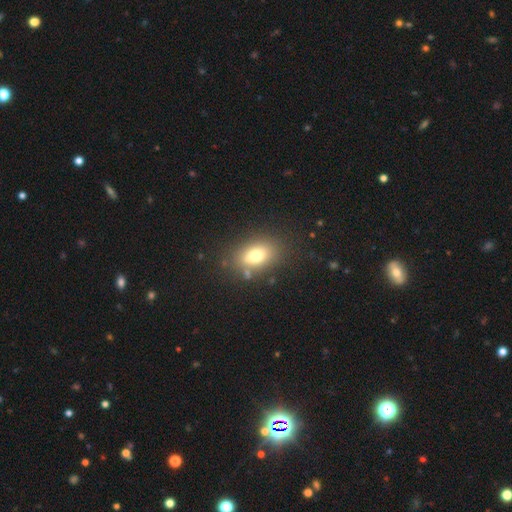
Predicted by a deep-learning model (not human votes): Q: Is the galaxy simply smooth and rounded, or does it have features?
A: smooth — 75%.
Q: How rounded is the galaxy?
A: in between — 80%.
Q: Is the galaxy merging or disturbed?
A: none — 77%.